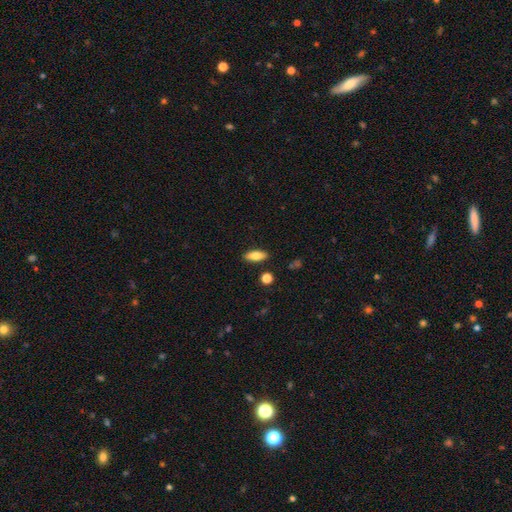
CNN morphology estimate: smooth_or_featured: smooth (p=0.77) [alt: featured or disk p=0.16]
how_rounded: in between (p=0.75) [alt: cigar-shaped p=0.22]
merging: none (p=0.87) [alt: minor disturbance p=0.09]